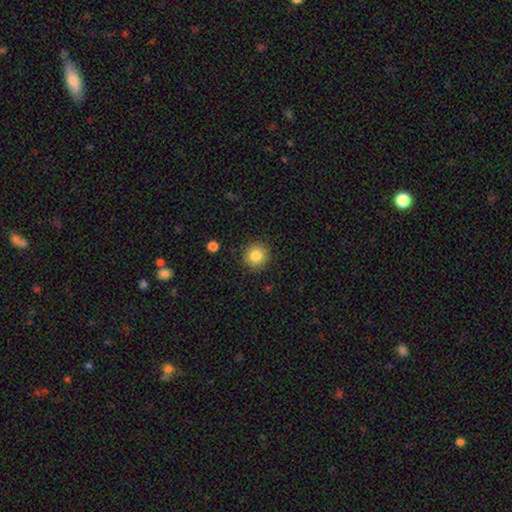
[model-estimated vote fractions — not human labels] smooth 84%, star or artifact 10%, featured or disk 7%. Down the decision tree: how rounded — round (94%); merging — none (90%).